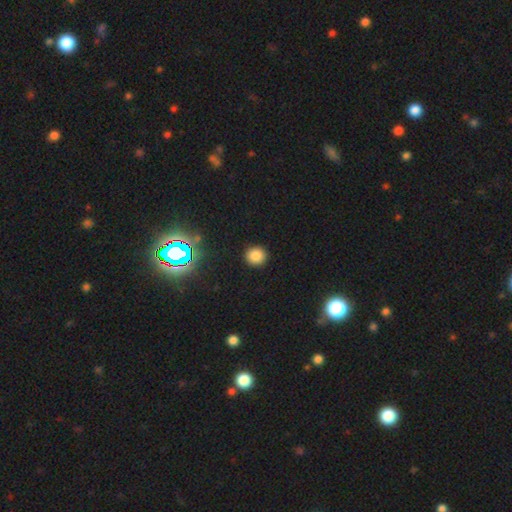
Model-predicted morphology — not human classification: A smooth galaxy with no disk features (81%) that is round (90%).

Vote fractions:
- Smooth or featured? smooth: 81% / star or artifact: 15% / featured or disk: 5%
- How rounded? round: 90% / in between: 9% / cigar-shaped: 1%
- Merging? none: 91% / minor disturbance: 6% / major disturbance: 2% / merger: 1%